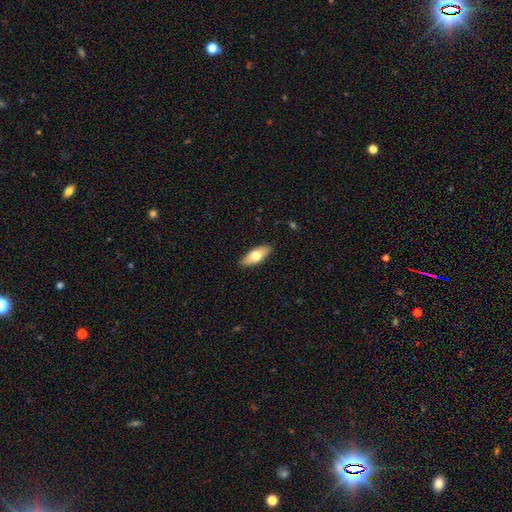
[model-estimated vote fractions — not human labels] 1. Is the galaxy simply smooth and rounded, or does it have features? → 69% smooth, 25% featured or disk, 6% star or artifact.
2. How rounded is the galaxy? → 77% in between, 21% cigar-shaped, 2% round.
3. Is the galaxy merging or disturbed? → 89% none, 8% minor disturbance, 2% major disturbance, 1% merger.